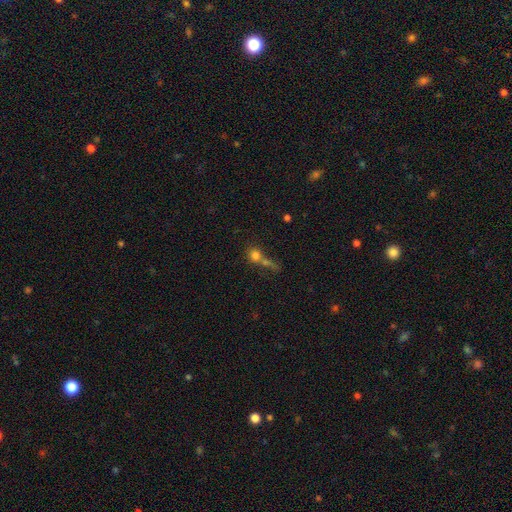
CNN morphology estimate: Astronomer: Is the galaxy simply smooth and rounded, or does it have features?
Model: smooth — 72%.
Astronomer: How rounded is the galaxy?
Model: round — 79%.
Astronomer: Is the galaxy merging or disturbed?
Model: merger — 53% (runner-up: none, 31%).